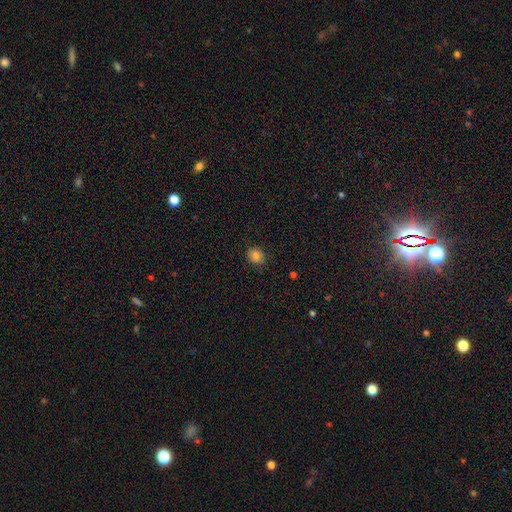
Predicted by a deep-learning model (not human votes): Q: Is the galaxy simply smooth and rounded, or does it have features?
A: smooth — 83%.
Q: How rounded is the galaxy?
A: round — 65%.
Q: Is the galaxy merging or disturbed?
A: none — 86%.